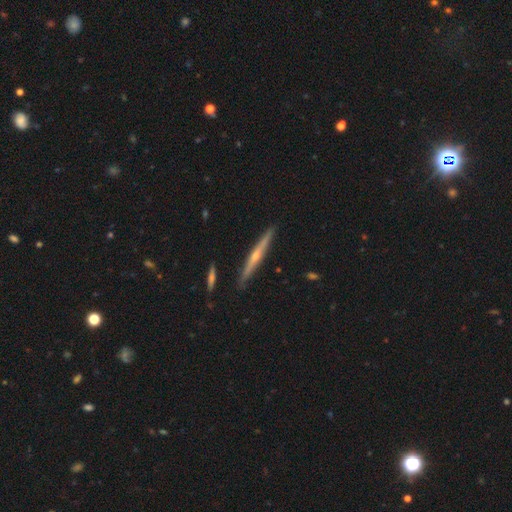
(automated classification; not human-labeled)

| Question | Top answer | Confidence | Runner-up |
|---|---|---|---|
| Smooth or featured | featured or disk | 74% | smooth (20%) |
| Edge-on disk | yes | 97% | no (3%) |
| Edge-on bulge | rounded | 83% | none (15%) |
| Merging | none | 90% | minor disturbance (7%) |